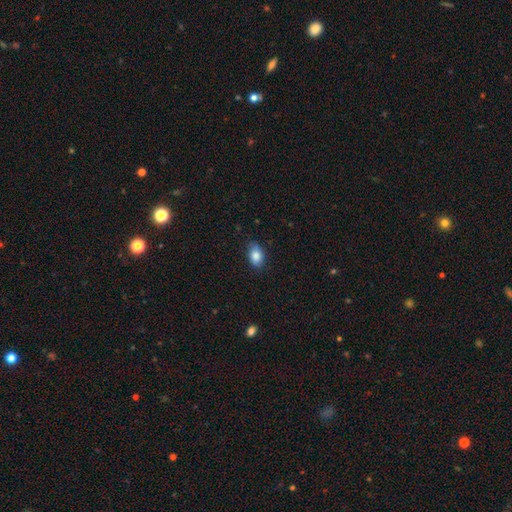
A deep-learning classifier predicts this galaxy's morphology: smooth 85%, star or artifact 8%, featured or disk 7%. Down the decision tree: how rounded — in between (87%); merging — none (77%).